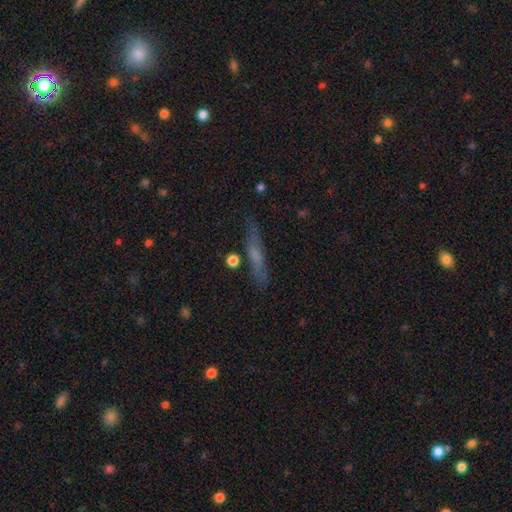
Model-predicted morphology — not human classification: Smooth or featured? Predicted: smooth (p=0.47). Merging? Predicted: none (p=0.79).